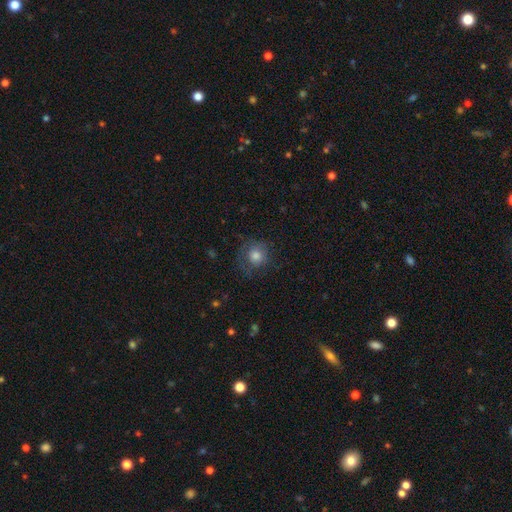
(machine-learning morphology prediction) This appears to be a smooth galaxy with no disk features (73%) that is round (89%). Merging: none (68%).